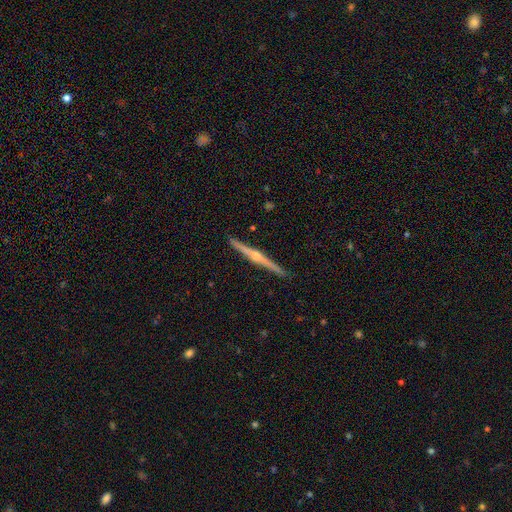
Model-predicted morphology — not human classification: Smooth or featured? featured or disk (82%)
Edge-on disk? yes (99%)
Edge-on bulge? rounded (88%)
Merging? none (92%)